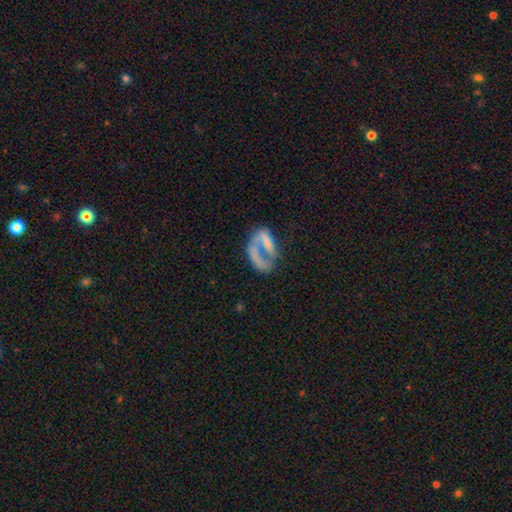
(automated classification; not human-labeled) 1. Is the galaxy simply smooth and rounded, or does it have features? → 53% featured or disk, 38% smooth, 9% star or artifact.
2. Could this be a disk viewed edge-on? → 96% no, 4% yes.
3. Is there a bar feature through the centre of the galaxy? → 75% no, 14% weak, 11% strong.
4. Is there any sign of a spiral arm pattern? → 70% no, 30% yes.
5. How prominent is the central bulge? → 65% none, 15% small, 13% moderate, 5% large, 2% dominant.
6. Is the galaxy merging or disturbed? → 46% major disturbance, 26% none, 15% merger, 13% minor disturbance.